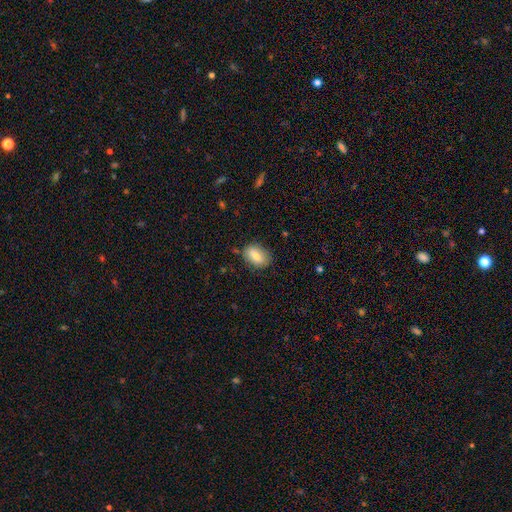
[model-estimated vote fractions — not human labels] Morphology: type=smooth (78%); roundness=in between (84%); merging=none (79%).